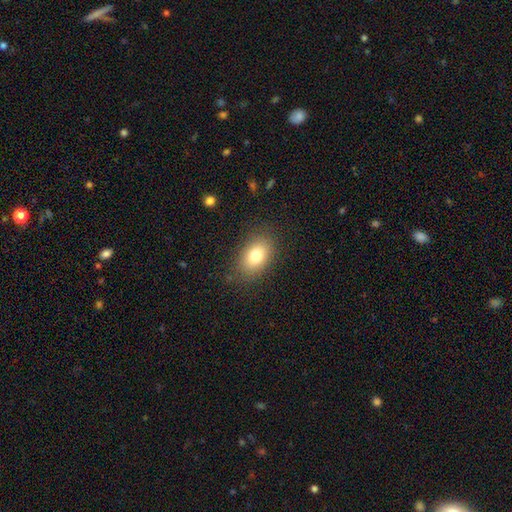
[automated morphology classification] A smooth galaxy with no disk features (79%) that is in between round and cigar-shaped (83%).

Vote fractions:
- Smooth or featured? smooth: 79% / featured or disk: 11% / star or artifact: 10%
- How rounded? in between: 83% / round: 15% / cigar-shaped: 1%
- Merging? none: 85% / minor disturbance: 10% / major disturbance: 4% / merger: 1%